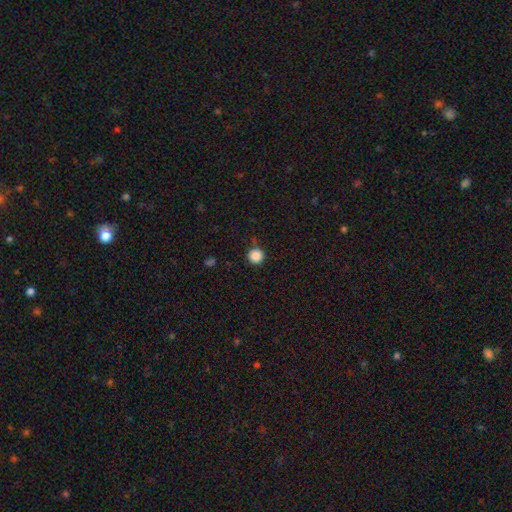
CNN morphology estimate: Smooth or featured? Predicted: smooth (p=0.87). How rounded? Predicted: round (p=0.96). Merging? Predicted: none (p=0.88).